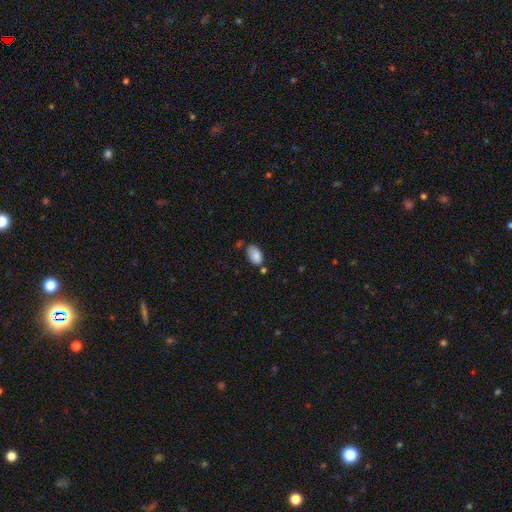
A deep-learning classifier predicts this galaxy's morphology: This appears to be a smooth galaxy with no disk features (85%) that is in between round and cigar-shaped (92%). Merging: none (58%).